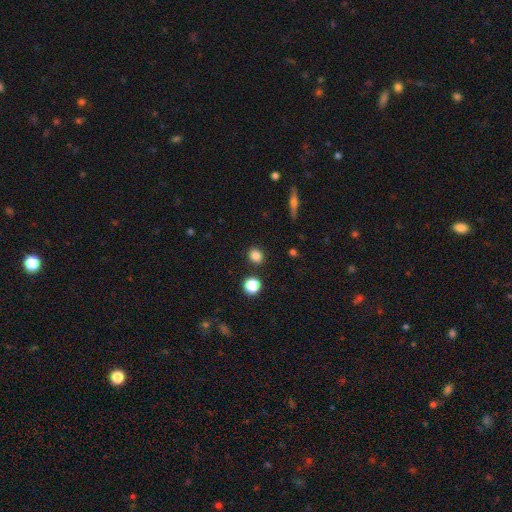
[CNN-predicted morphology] smooth 84%, star or artifact 11%, featured or disk 5%. Down the decision tree: how rounded — round (74%); merging — none (88%).